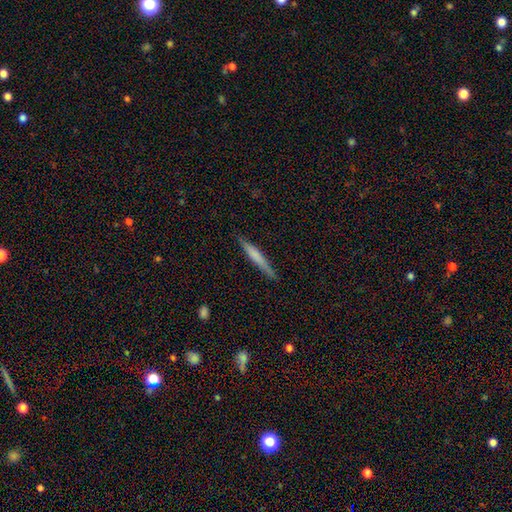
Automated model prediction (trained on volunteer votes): A smooth galaxy with no disk features (57%) that is cigar-shaped (95%). Merging: none (87%).